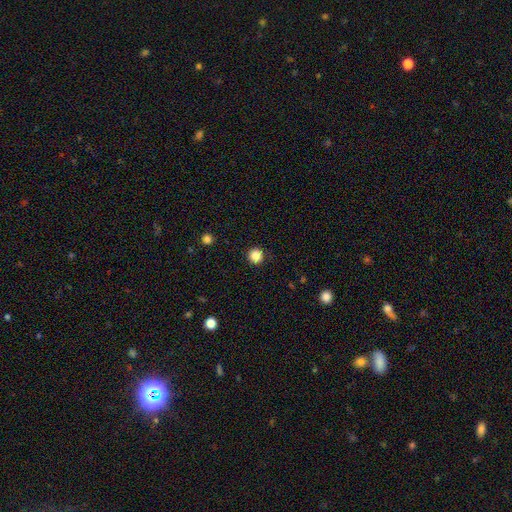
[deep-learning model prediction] This appears to be a smooth galaxy with no disk features (86%) that is round (95%). Merging: none (91%).